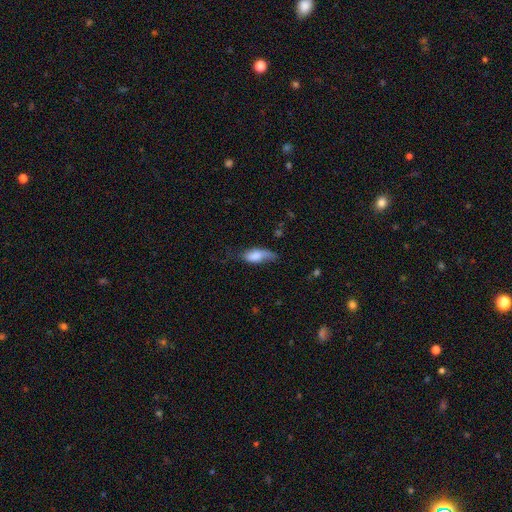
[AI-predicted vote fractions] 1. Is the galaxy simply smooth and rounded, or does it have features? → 73% smooth, 19% featured or disk, 7% star or artifact.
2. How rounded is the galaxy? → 81% in between, 15% cigar-shaped, 4% round.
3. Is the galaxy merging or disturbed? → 39% minor disturbance, 33% none, 23% major disturbance, 4% merger.